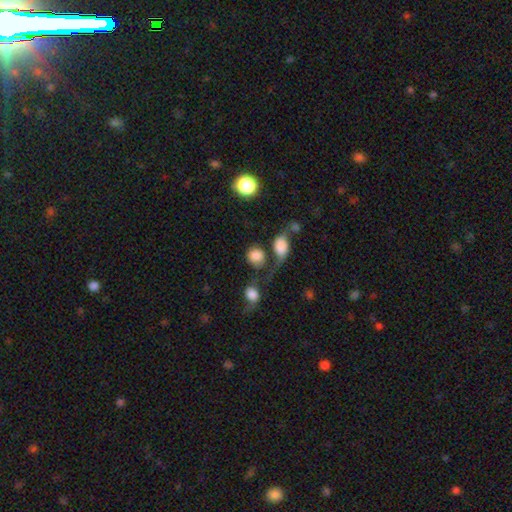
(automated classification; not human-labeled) Q: Smooth or featured?
A: smooth (80%); runner-up: featured or disk (10%)
Q: How rounded?
A: round (67%); runner-up: in between (31%)
Q: Merging?
A: none (39%); runner-up: merger (30%)